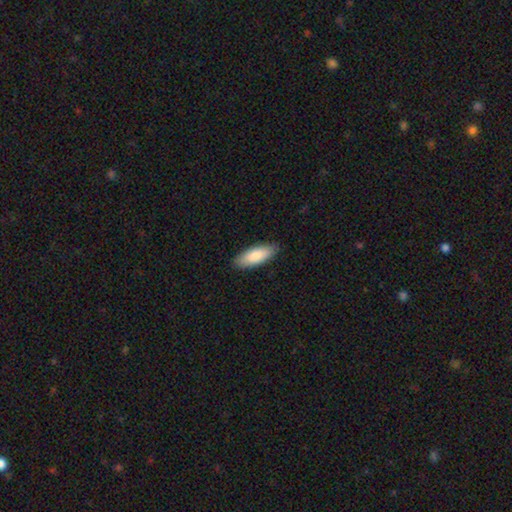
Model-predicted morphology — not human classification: Q: Smooth or featured?
A: smooth (86%); runner-up: featured or disk (9%)
Q: How rounded?
A: in between (73%); runner-up: cigar-shaped (25%)
Q: Merging?
A: none (88%); runner-up: minor disturbance (9%)